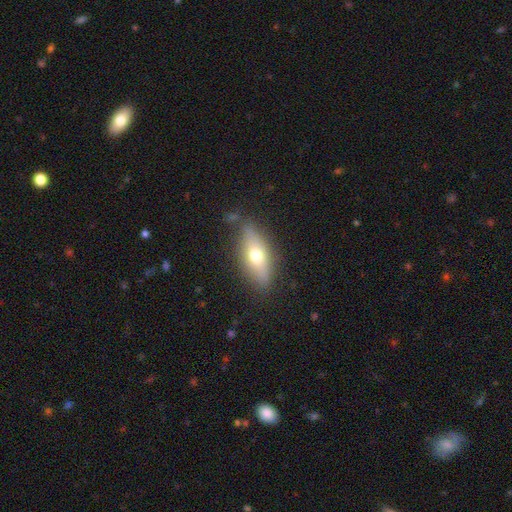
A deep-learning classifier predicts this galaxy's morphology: Smooth or featured? smooth (56%)
How rounded? in between (64%)
Merging? none (79%)